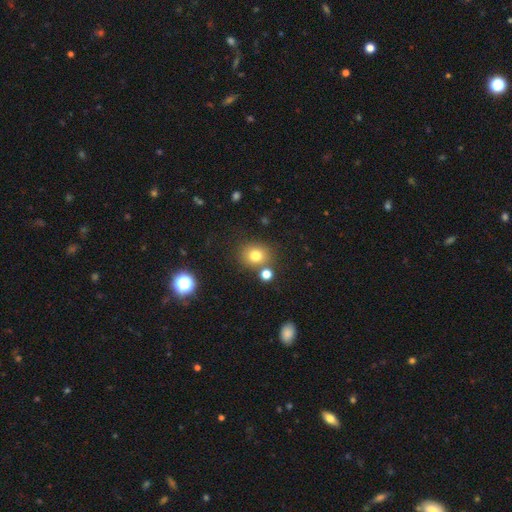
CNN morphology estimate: Overall: smooth (77%). How rounded: round (78%). Merging: none (74%).